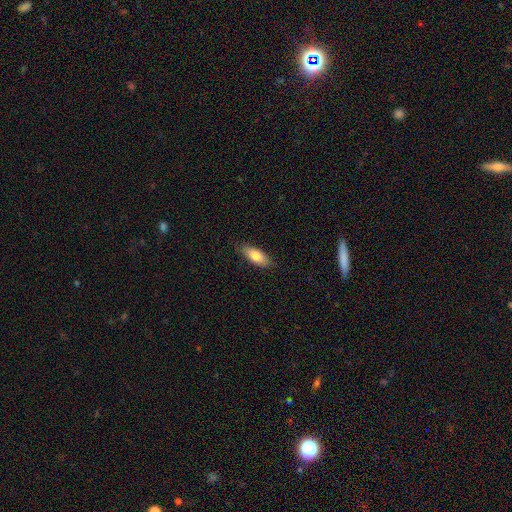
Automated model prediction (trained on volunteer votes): smooth_or_featured: smooth (p=0.79) [alt: featured or disk p=0.15]
how_rounded: in between (p=0.73) [alt: cigar-shaped p=0.25]
merging: none (p=0.85) [alt: minor disturbance p=0.12]